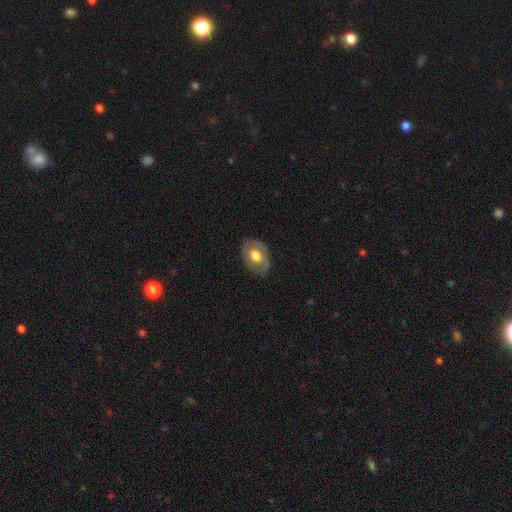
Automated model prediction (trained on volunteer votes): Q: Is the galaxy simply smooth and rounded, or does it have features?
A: smooth — 48%.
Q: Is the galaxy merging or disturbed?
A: none — 78%.